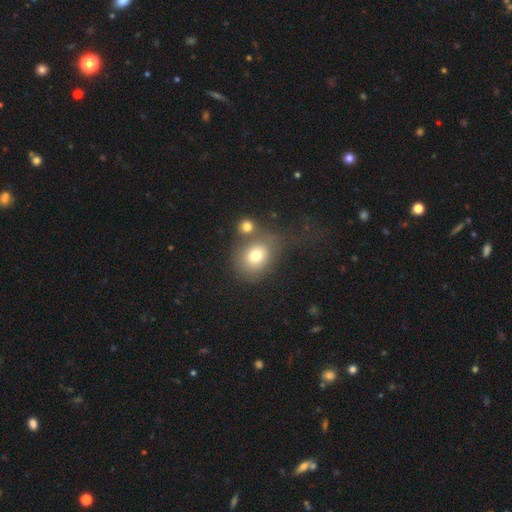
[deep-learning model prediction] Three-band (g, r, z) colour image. It shows a smooth galaxy with no disk features (73%) that is round (63%). Merging: none (48%).